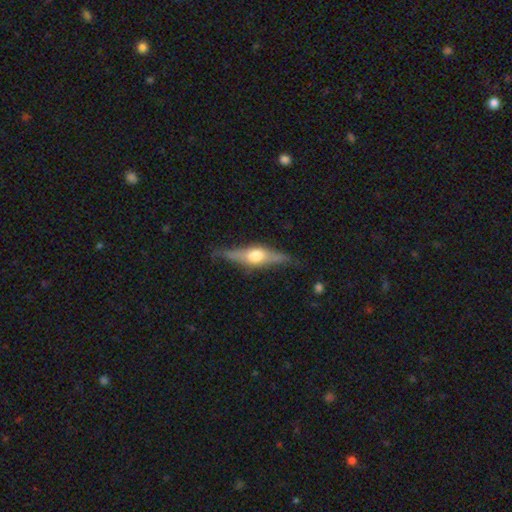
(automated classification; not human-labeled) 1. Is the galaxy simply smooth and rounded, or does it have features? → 69% featured or disk, 25% smooth, 6% star or artifact.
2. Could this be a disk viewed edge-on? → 94% yes, 6% no.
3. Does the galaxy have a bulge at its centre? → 91% rounded, 6% boxy, 2% none.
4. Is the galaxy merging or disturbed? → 79% none, 15% minor disturbance, 4% major disturbance, 1% merger.